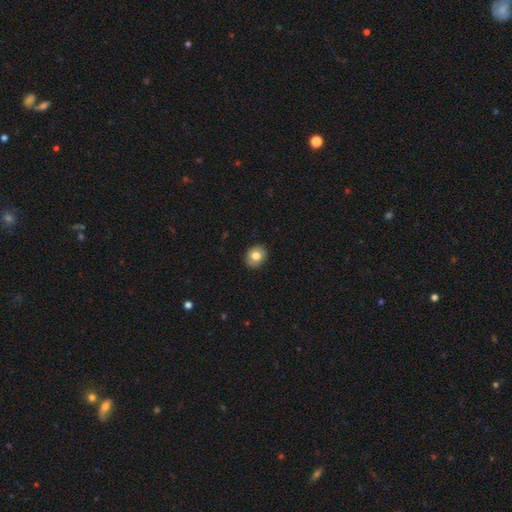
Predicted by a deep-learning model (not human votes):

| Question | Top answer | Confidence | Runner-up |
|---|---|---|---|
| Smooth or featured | smooth | 77% | featured or disk (15%) |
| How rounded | round | 60% | in between (39%) |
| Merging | none | 89% | minor disturbance (8%) |